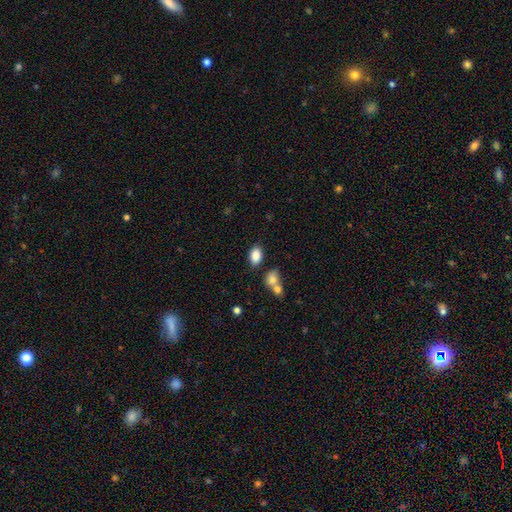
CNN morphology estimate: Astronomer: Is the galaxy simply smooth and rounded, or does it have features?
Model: smooth — 87%.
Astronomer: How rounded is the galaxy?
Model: in between — 87%.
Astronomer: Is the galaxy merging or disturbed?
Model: none — 75%.